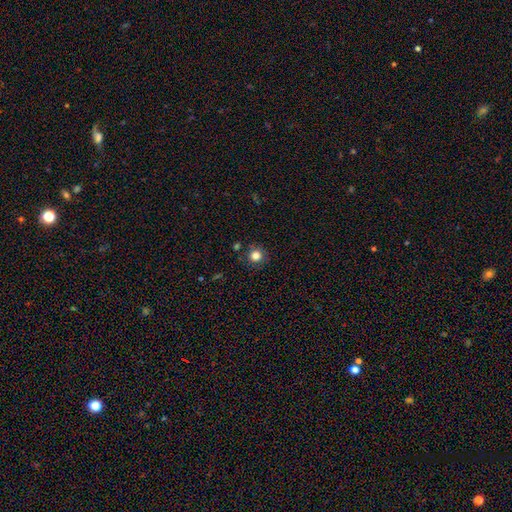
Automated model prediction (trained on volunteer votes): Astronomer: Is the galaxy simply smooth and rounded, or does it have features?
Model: smooth — 82%.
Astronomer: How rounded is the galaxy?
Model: round — 92%.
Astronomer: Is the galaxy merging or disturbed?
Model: none — 85%.